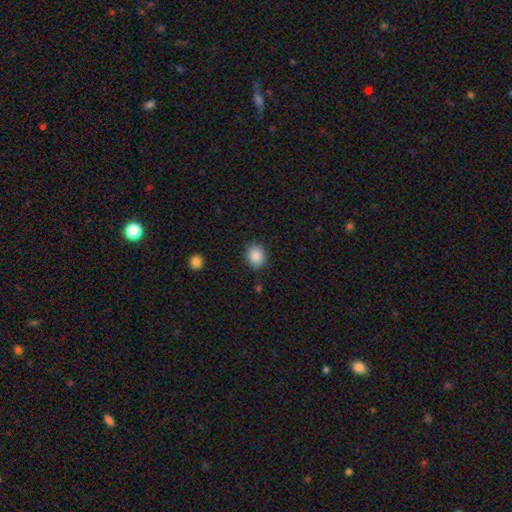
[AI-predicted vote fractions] A smooth galaxy with no disk features (87%) that is round (52%). Merging: none (86%).